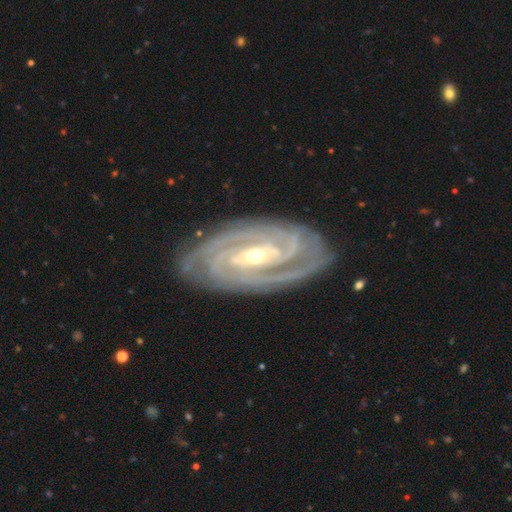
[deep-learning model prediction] Overall: featured or disk (92%). Edge-on disk: no (95%). Bar: strong (39%; weak 36%). Spiral arms: yes (98%). Spiral arm count: 2 (39%; 3 27%). Spiral winding: tight (80%). Bulge size: small (51%; moderate 46%). Merging: none (84%).